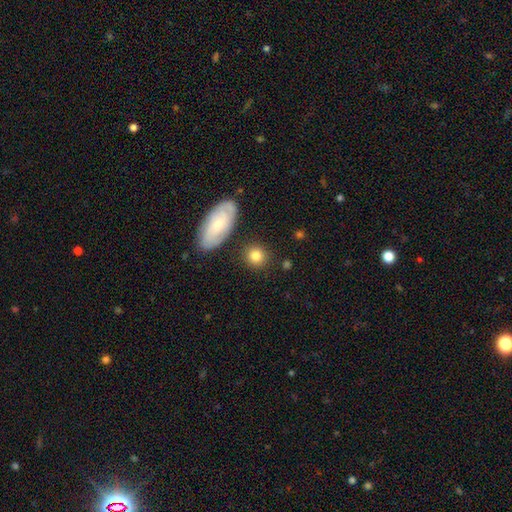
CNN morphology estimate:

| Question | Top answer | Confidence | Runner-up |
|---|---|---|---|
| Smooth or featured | smooth | 83% | featured or disk (10%) |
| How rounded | round | 85% | in between (14%) |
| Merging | none | 85% | minor disturbance (8%) |